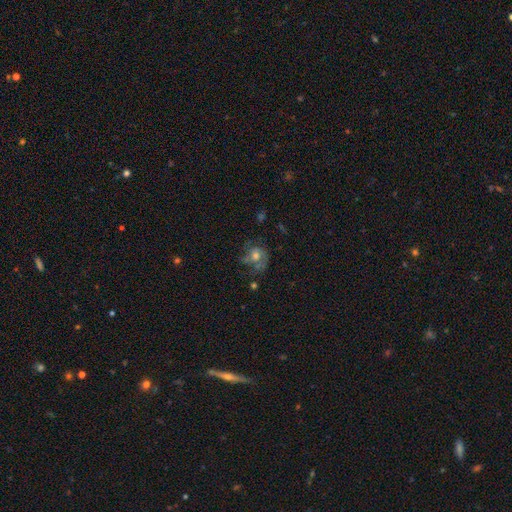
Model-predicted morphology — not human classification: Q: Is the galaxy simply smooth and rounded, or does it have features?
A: featured or disk — 58%.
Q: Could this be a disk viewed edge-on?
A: no — 97%.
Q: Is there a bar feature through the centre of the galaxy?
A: no — 80%.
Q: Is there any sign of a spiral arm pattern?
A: yes — 77%.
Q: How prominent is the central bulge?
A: moderate — 65%.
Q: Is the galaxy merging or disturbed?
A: none — 55%.